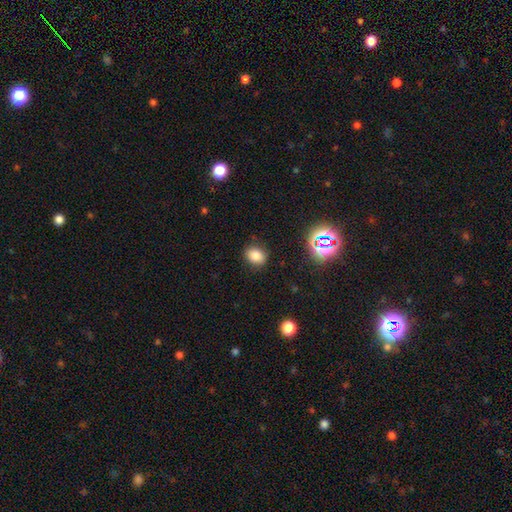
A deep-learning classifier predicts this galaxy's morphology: smooth_or_featured: smooth (p=0.78) [alt: star or artifact p=0.16]
how_rounded: in between (p=0.52) [alt: round p=0.47]
merging: none (p=0.85) [alt: minor disturbance p=0.10]